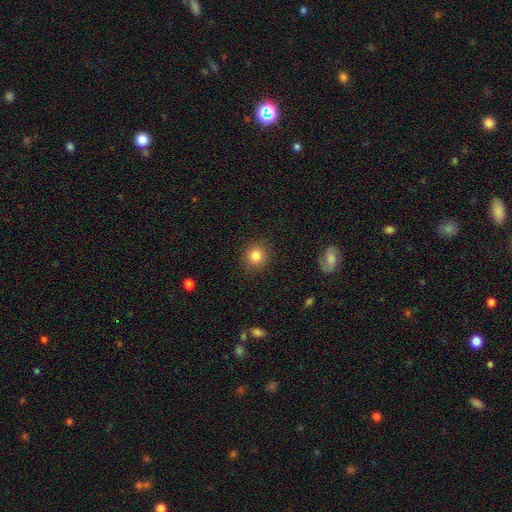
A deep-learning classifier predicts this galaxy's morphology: A smooth galaxy with no disk features (83%) that is round (90%). Merging: none (90%).